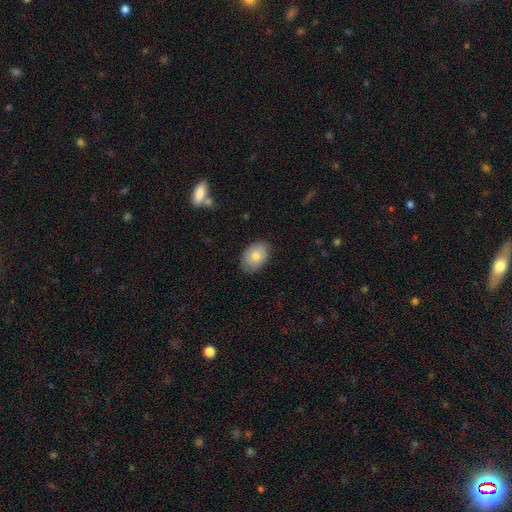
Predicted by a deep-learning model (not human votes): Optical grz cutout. It shows a smooth galaxy with no disk features (78%) that is in between round and cigar-shaped (84%). Merging: none (84%).